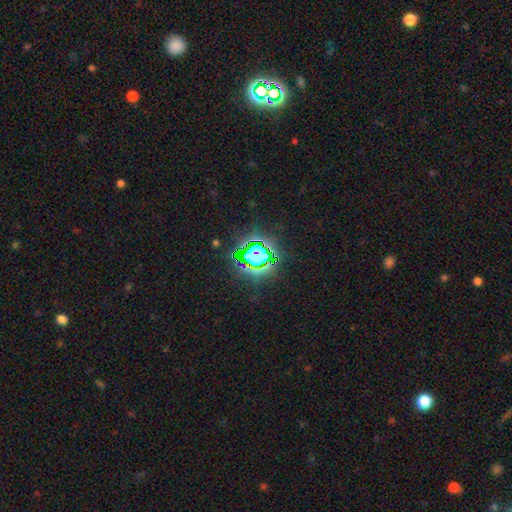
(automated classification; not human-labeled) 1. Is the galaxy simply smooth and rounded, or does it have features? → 74% star or artifact, 15% smooth, 11% featured or disk.